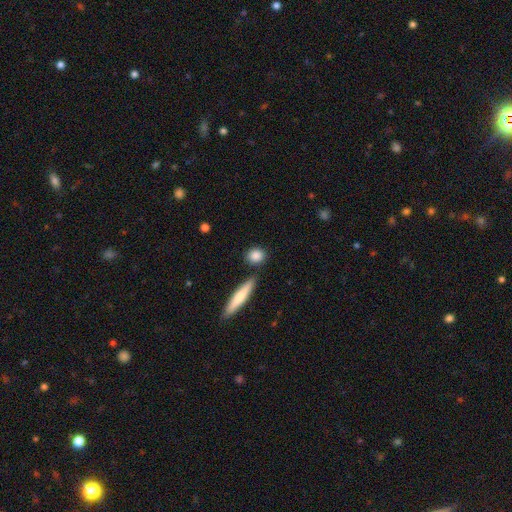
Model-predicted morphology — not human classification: A smooth galaxy with no disk features (86%) that is round (63%).

Vote fractions:
- Smooth or featured? smooth: 86% / featured or disk: 7% / star or artifact: 7%
- How rounded? round: 63% / in between: 25% / cigar-shaped: 13%
- Merging? none: 81% / minor disturbance: 10% / merger: 7% / major disturbance: 3%